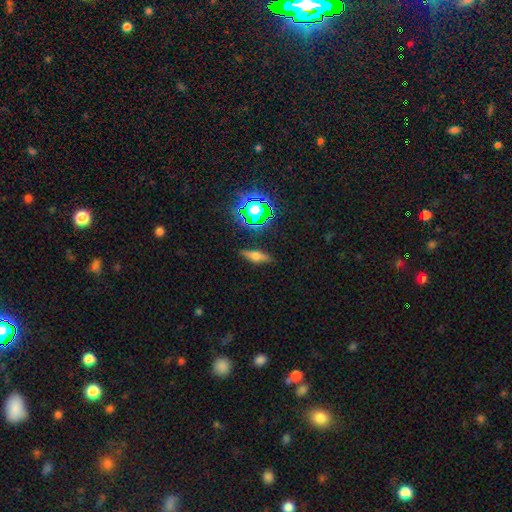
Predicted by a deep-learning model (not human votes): Smooth or featured?
  - smooth: 41% * (tied)
  - featured or disk: 41% * (tied)
  - star or artifact: 18%
Merging?
  - none: 85% *
  - minor disturbance: 11%
  - major disturbance: 3%
  - merger: 2%